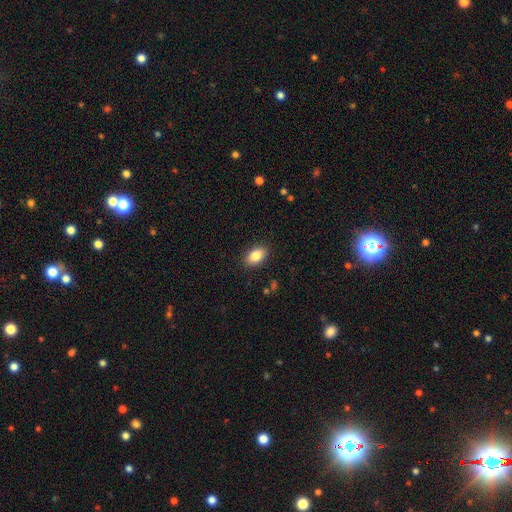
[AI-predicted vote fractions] A smooth galaxy with no disk features (85%) that is in between round and cigar-shaped (89%). Merging: none (88%).